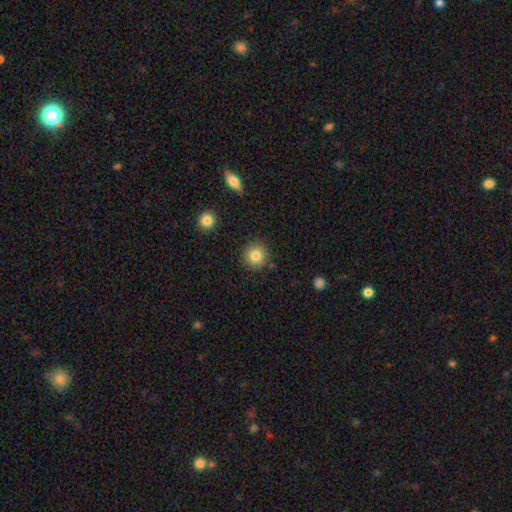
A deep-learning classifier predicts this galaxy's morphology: Smooth or featured? Predicted: smooth (p=0.83). How rounded? Predicted: round (p=0.93). Merging? Predicted: none (p=0.88).